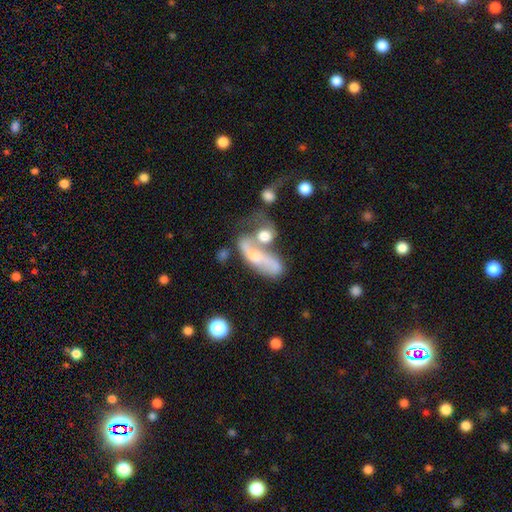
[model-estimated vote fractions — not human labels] Smooth or featured? Predicted: featured or disk (p=0.59). Edge-on disk? Predicted: no (p=0.82). Merging? Predicted: merger (p=0.54).